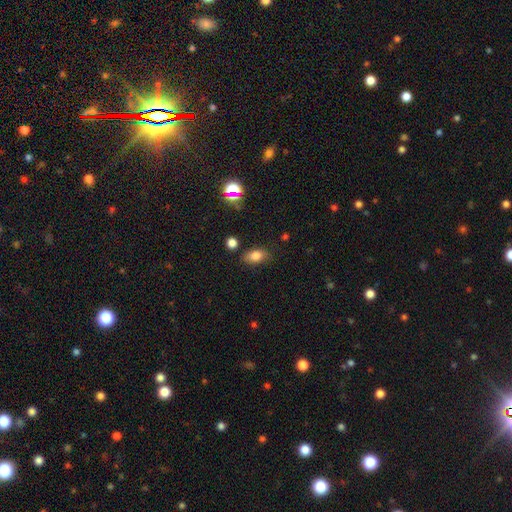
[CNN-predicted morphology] type=smooth (78%); roundness=in between (85%); merging=none (77%).